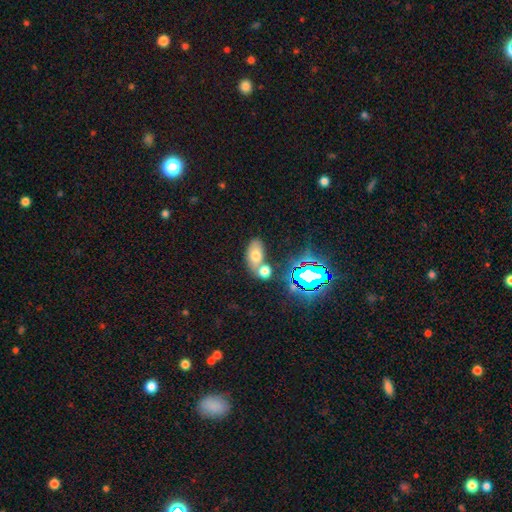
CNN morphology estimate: Smooth or featured? smooth (61%)
How rounded? in between (85%)
Merging? none (50%)